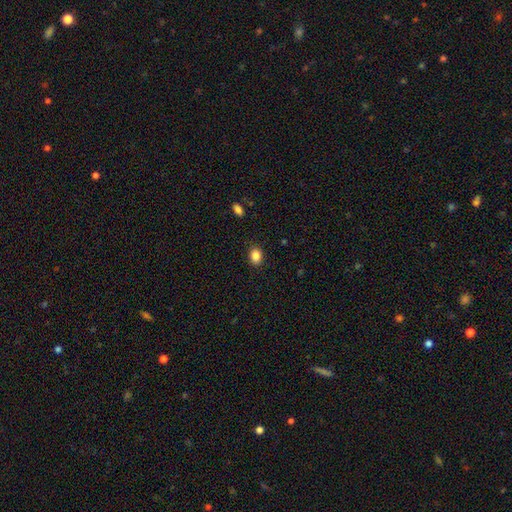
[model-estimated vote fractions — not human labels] This appears to be a smooth galaxy with no disk features (86%) that is in between round and cigar-shaped (60%). Merging: none (88%).